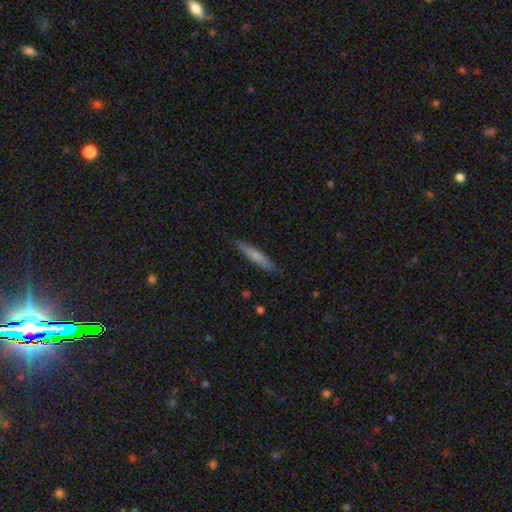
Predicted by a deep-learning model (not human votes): Morphology: type=smooth (68%); roundness=cigar-shaped (93%); merging=none (85%).